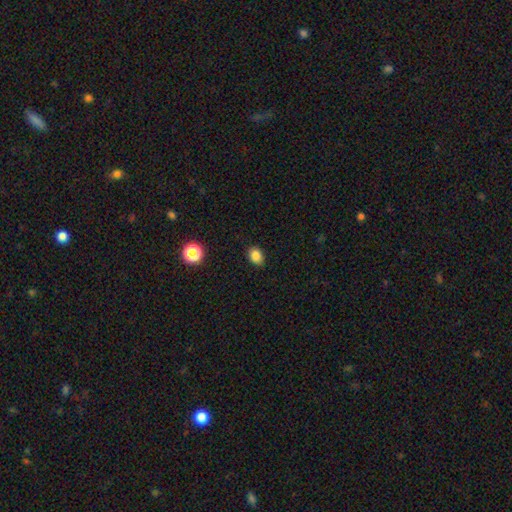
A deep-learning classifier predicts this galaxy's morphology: The model was most divided on "how rounded": in between: 69%, round: 30%, cigar-shaped: 1%. More confident: merging — none (87%); smooth or featured — smooth (84%).